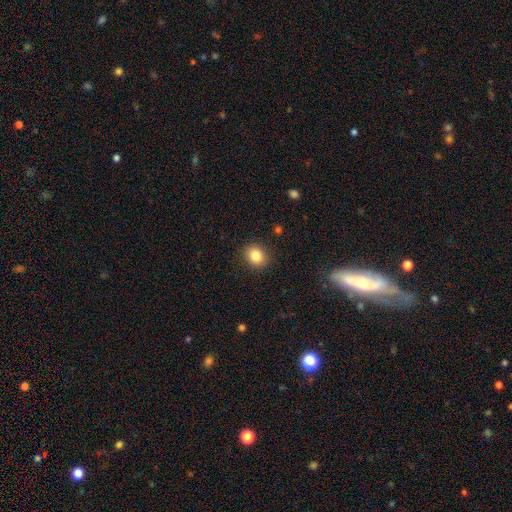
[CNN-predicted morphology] Overall: smooth (84%). How rounded: round (65%; in between 34%). Merging: none (89%).